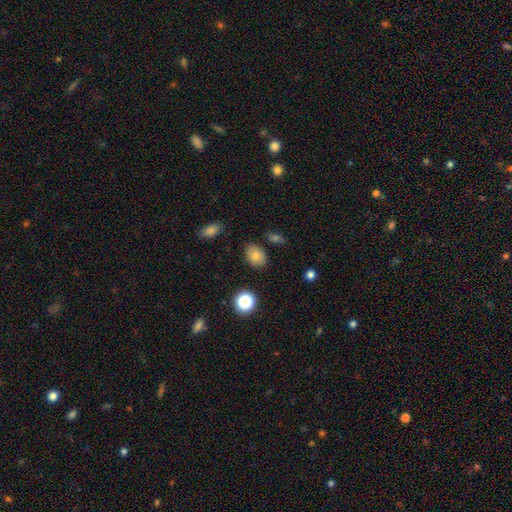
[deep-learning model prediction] Smooth or featured? Predicted: smooth (p=0.79). How rounded? Predicted: in between (p=0.77). Merging? Predicted: none (p=0.80).